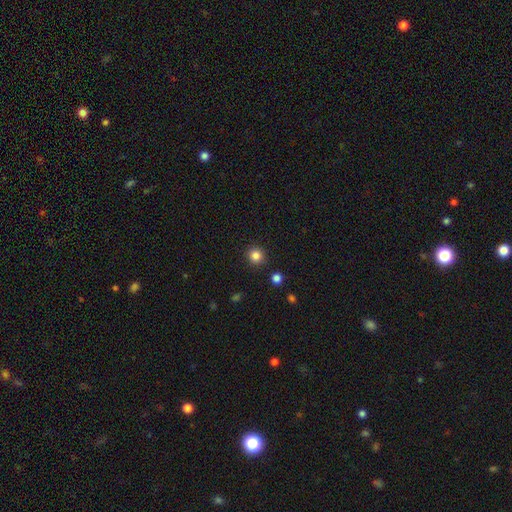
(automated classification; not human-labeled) Smooth or featured? Predicted: smooth (p=0.84). How rounded? Predicted: round (p=0.92). Merging? Predicted: none (p=0.90).